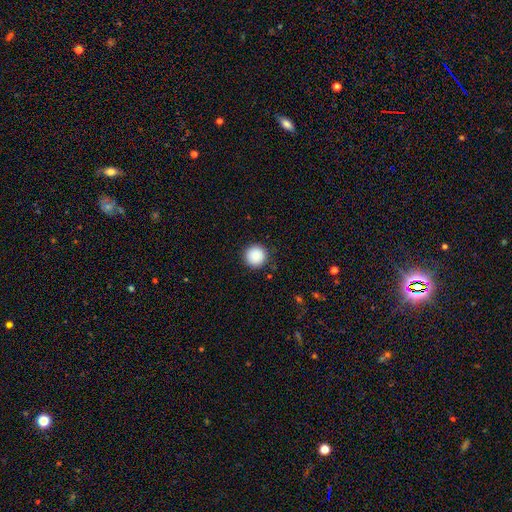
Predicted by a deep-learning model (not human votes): Morphology: type=smooth (88%); roundness=round (96%); merging=none (91%).